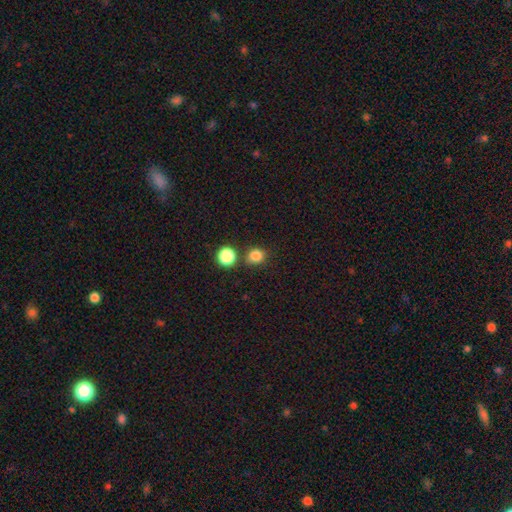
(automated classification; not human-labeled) A smooth galaxy with no disk features (82%) that is round (78%).

Vote fractions:
- Smooth or featured? smooth: 82% / star or artifact: 13% / featured or disk: 5%
- How rounded? round: 78% / in between: 21% / cigar-shaped: 1%
- Merging? none: 74% / merger: 13% / minor disturbance: 10% / major disturbance: 3%